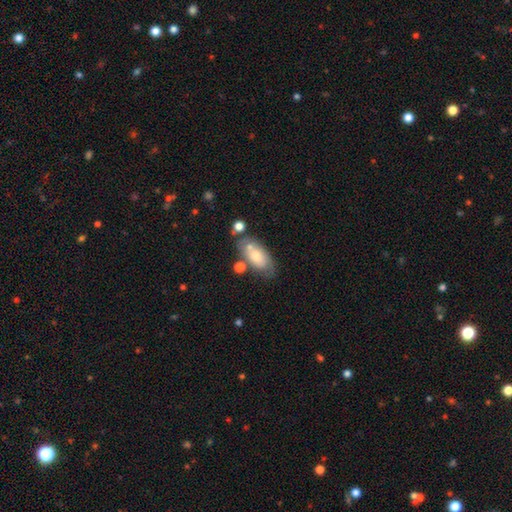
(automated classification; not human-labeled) A smooth galaxy with no disk features (59%) that is in between round and cigar-shaped (88%). Merging: none (53%).